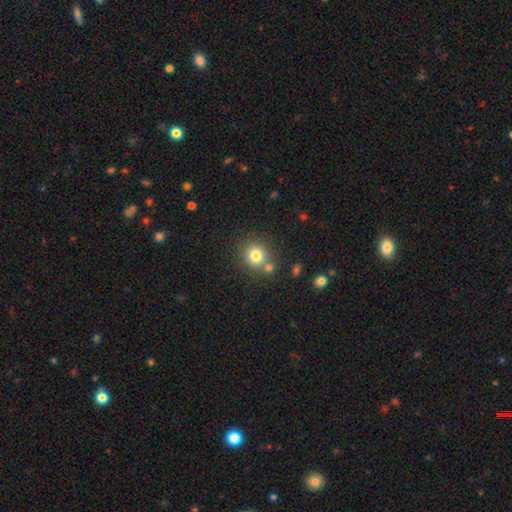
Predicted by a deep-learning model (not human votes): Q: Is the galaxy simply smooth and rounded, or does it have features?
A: smooth — 79%.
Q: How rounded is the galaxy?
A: round — 88%.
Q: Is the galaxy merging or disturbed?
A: none — 71%.